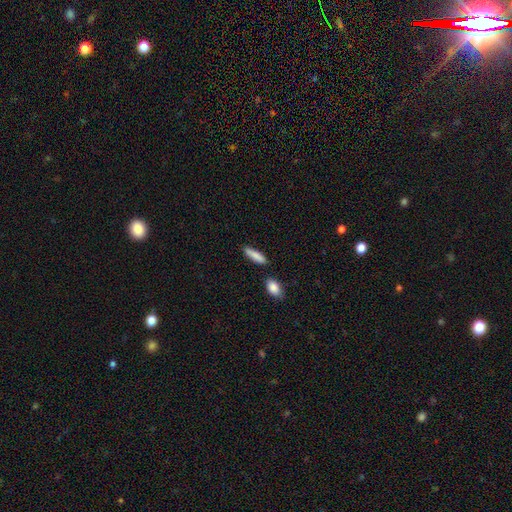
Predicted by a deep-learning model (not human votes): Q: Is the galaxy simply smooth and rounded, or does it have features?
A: smooth — 85%.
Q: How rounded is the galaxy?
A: cigar-shaped — 64%.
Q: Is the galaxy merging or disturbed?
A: none — 76%.